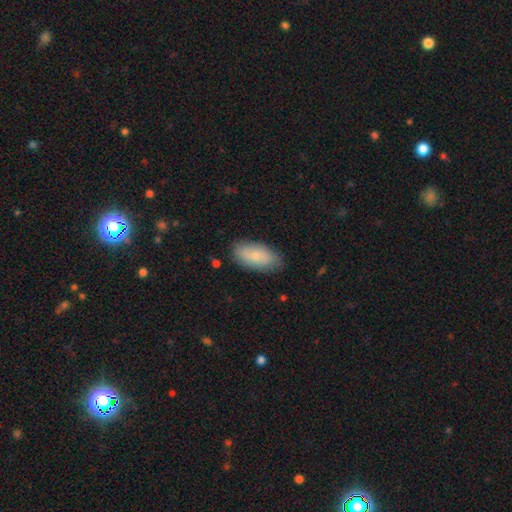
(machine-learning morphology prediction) This appears to be a smooth galaxy with no disk features (79%) that is in between round and cigar-shaped (91%). Merging: none (81%).